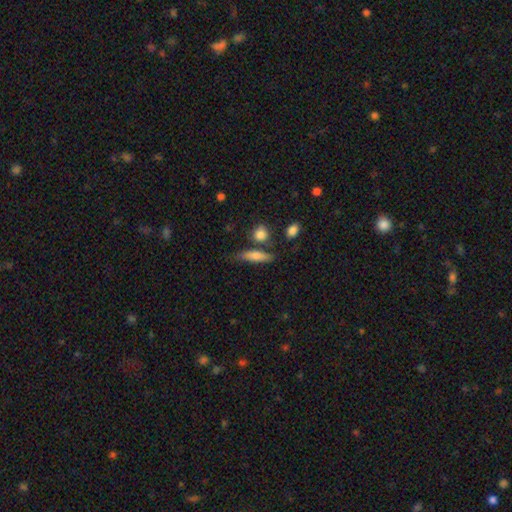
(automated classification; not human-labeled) Smooth or featured? smooth (71%)
How rounded? cigar-shaped (66%)
Merging? none (68%)